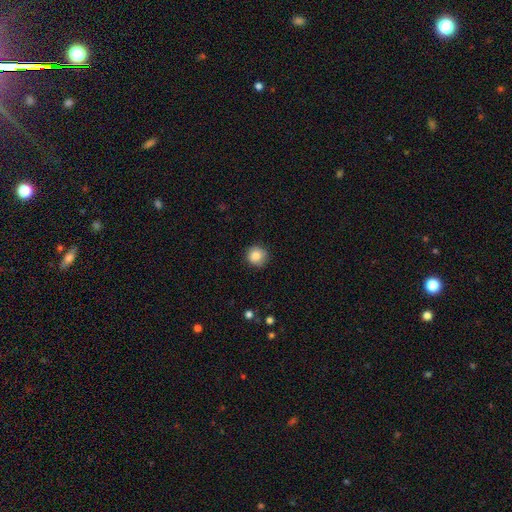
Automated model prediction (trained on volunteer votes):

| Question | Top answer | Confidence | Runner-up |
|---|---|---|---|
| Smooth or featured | smooth | 85% | star or artifact (9%) |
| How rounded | round | 94% | in between (5%) |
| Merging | none | 87% | minor disturbance (9%) |